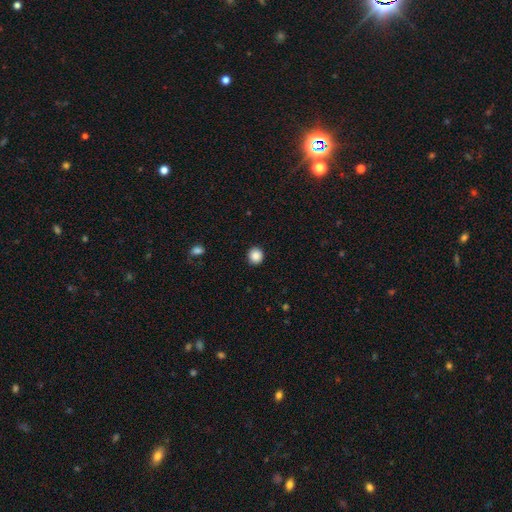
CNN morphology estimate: This appears to be a smooth galaxy with no disk features (88%) that is round (88%). Merging: none (92%).